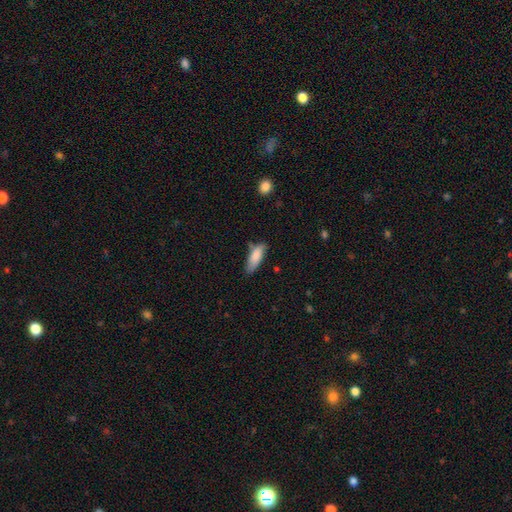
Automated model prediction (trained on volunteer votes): smooth-or-featured: smooth: 84% | featured or disk: 9% | star or artifact: 6%
  how-rounded: in between: 64% | cigar-shaped: 34% | round: 2%
  merging: none: 65% | minor disturbance: 26% | major disturbance: 5% | merger: 4%